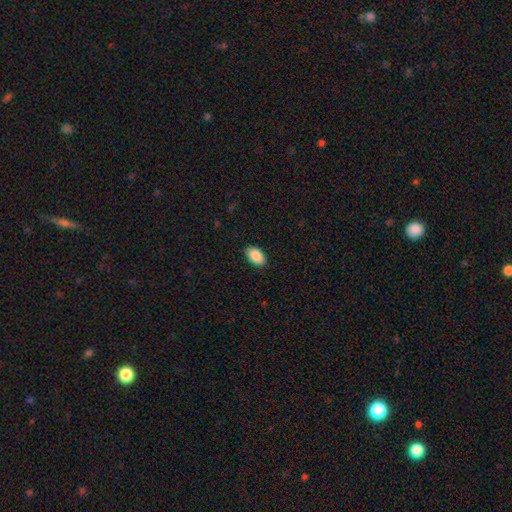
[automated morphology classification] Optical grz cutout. It shows a smooth galaxy with no disk features (89%) that is in between round and cigar-shaped (93%). Merging: none (88%).